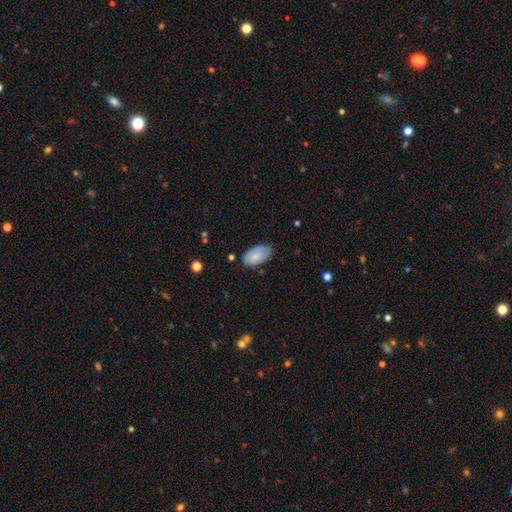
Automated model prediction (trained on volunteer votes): A smooth galaxy with no disk features (83%) that is in between round and cigar-shaped (95%).

Vote fractions:
- Smooth or featured? smooth: 83% / featured or disk: 10% / star or artifact: 7%
- How rounded? in between: 95% / round: 3% / cigar-shaped: 2%
- Merging? none: 70% / minor disturbance: 24% / major disturbance: 4% / merger: 2%